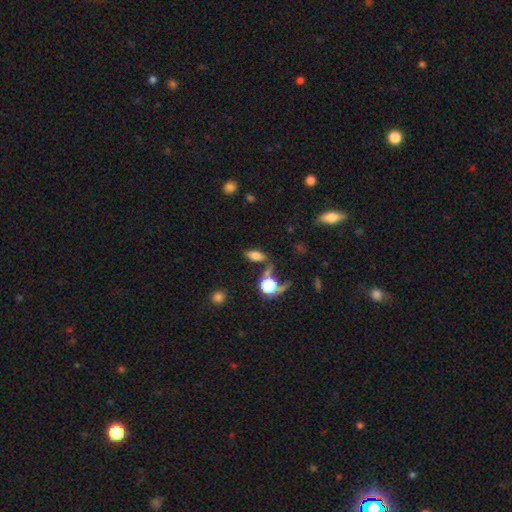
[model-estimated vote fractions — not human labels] This is likely a smooth galaxy (67%). How rounded: likely in between (78%). Merging: possibly none (56%).